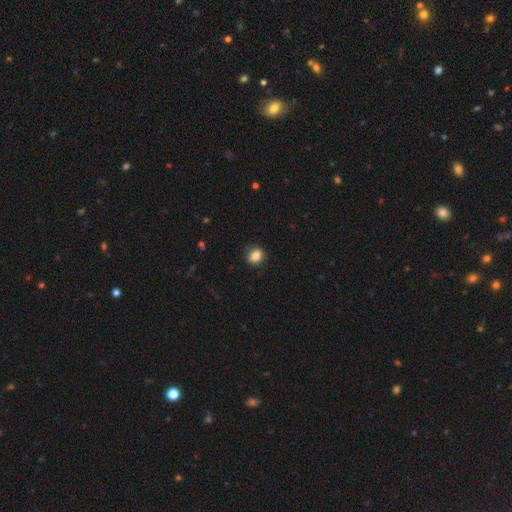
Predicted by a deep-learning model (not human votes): Smooth or featured: smooth — 83% (star or artifact — 9%)
How rounded: round — 53% (in between — 45%)
Merging: none — 83% (minor disturbance — 13%)